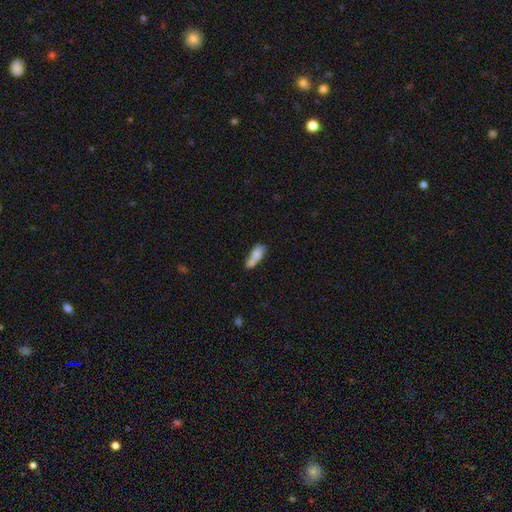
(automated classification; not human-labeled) Overall: smooth (74%). How rounded: in between (72%). Merging: merger (55%; none 25%).